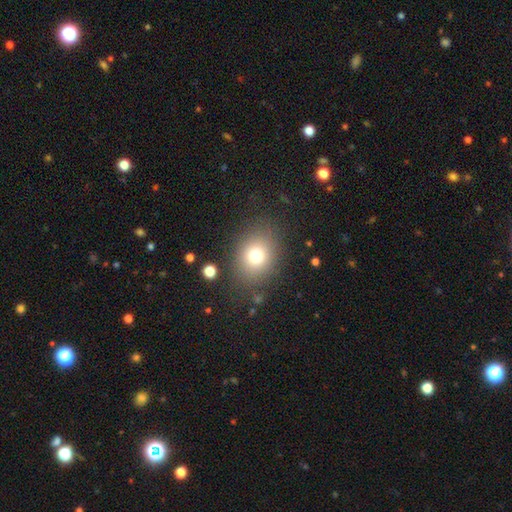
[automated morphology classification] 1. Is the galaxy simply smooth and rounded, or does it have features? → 76% smooth, 14% star or artifact, 11% featured or disk.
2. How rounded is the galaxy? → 55% round, 44% in between, 1% cigar-shaped.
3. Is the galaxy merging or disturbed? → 82% none, 10% minor disturbance, 5% major disturbance, 2% merger.